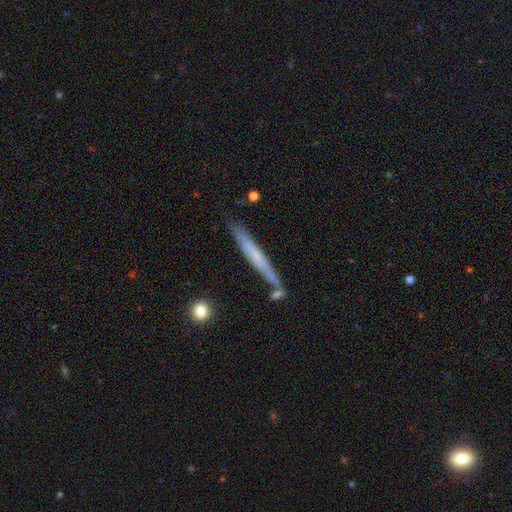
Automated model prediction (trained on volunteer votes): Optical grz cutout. It shows a featured or disk galaxy (50%) viewed edge-on (92%). Merging: none (77%).